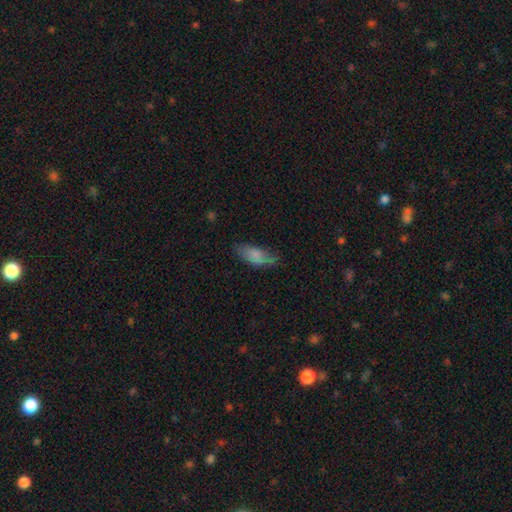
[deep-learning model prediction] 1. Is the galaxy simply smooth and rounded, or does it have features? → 77% smooth, 16% featured or disk, 7% star or artifact.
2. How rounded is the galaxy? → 78% in between, 20% cigar-shaped, 2% round.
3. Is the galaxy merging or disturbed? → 58% none, 30% minor disturbance, 10% major disturbance, 2% merger.